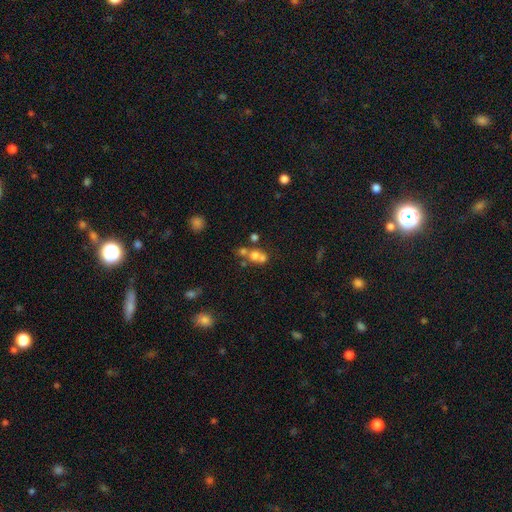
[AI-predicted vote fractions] A smooth galaxy with no disk features (61%) that is round (75%). Merging: merger (57%).